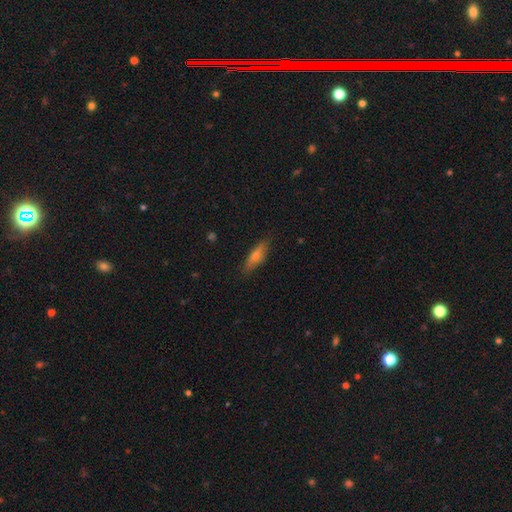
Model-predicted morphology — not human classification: Smooth or featured?
  - smooth: 53% *
  - featured or disk: 39%
  - star or artifact: 8%
How rounded?
  - cigar-shaped: 67% *
  - in between: 30%
  - round: 3%
Merging?
  - none: 85% *
  - minor disturbance: 11%
  - major disturbance: 2%
  - merger: 1%